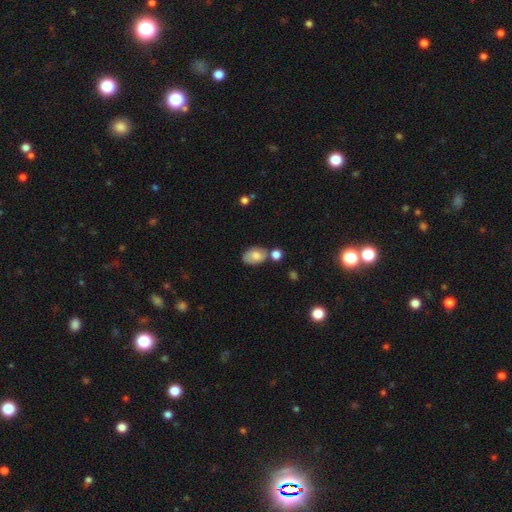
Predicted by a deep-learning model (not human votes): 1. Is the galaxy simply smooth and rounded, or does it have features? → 73% smooth, 19% featured or disk, 8% star or artifact.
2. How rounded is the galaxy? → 88% in between, 10% round, 1% cigar-shaped.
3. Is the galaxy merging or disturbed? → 55% none, 20% merger, 19% minor disturbance, 6% major disturbance.